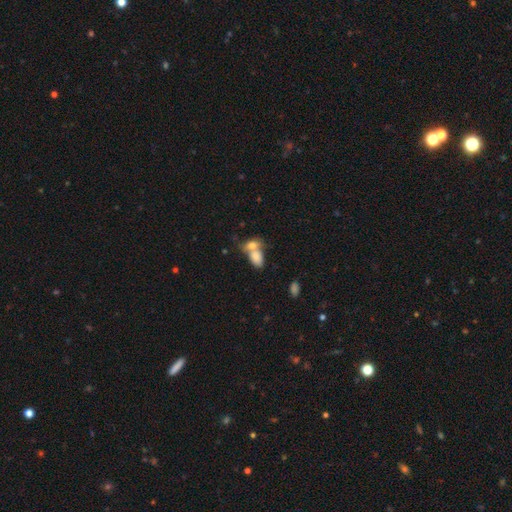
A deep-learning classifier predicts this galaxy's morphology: smooth-or-featured: smooth: 78% | featured or disk: 13% | star or artifact: 8%
  how-rounded: in between: 86% | round: 11% | cigar-shaped: 3%
  merging: merger: 66% | none: 22% | minor disturbance: 8% | major disturbance: 4%